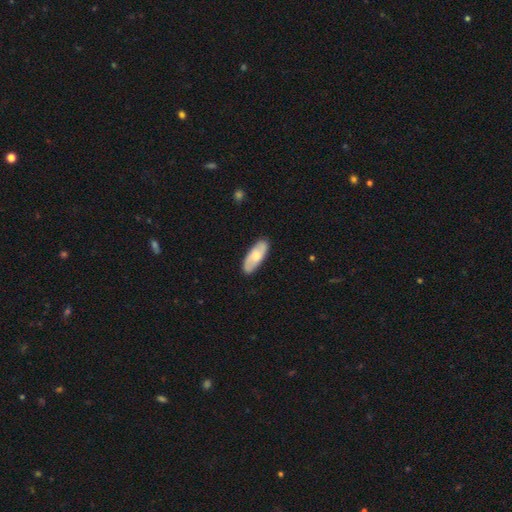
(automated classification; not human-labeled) Overall: smooth (58%; featured or disk 37%). How rounded: in between (76%). Merging: none (87%).